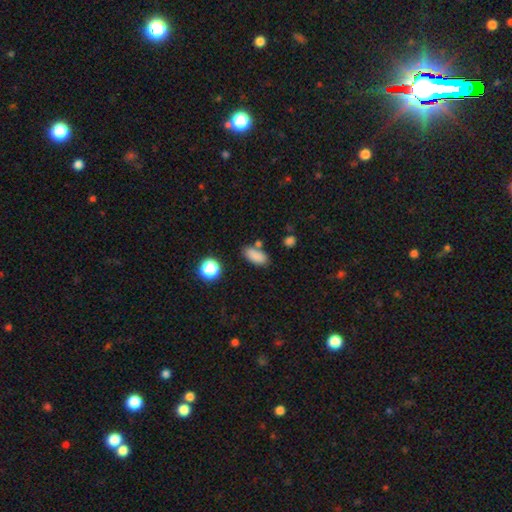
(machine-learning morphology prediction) A smooth galaxy with no disk features (83%) that is in between round and cigar-shaped (84%).

Vote fractions:
- Smooth or featured? smooth: 83% / star or artifact: 11% / featured or disk: 5%
- How rounded? in between: 84% / cigar-shaped: 10% / round: 5%
- Merging? none: 73% / minor disturbance: 13% / merger: 10% / major disturbance: 4%